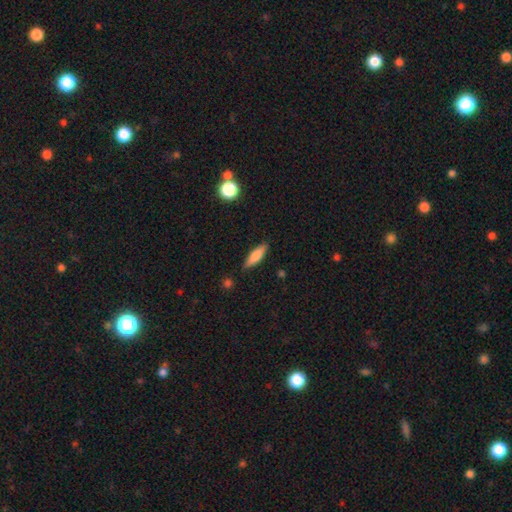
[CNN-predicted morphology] A smooth galaxy with no disk features (71%) that is cigar-shaped (63%). Merging: none (86%).